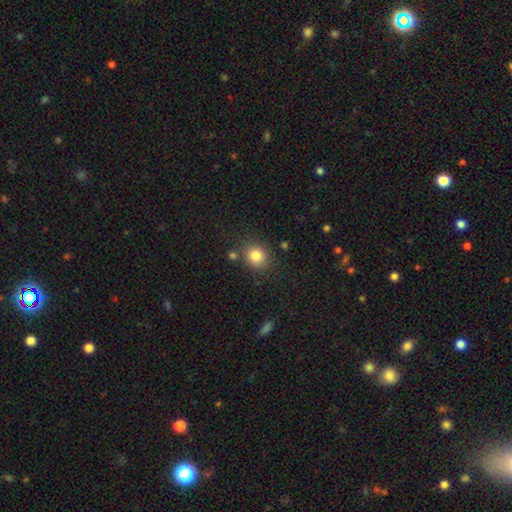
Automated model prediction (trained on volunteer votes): A smooth galaxy with no disk features (82%) that is round (74%). Merging: none (79%).